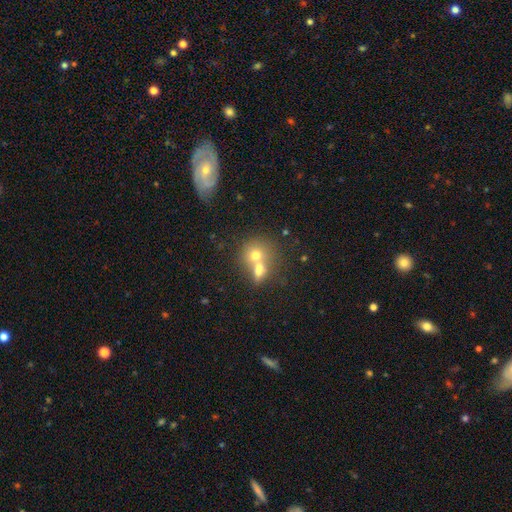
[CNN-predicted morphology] smooth-or-featured: smooth: 65% | featured or disk: 22% | star or artifact: 13%
  how-rounded: round: 75% | in between: 24% | cigar-shaped: 1%
  merging: merger: 60% | none: 29% | minor disturbance: 7% | major disturbance: 4%